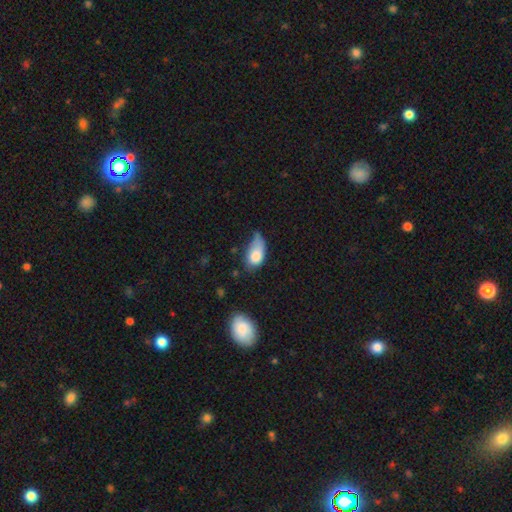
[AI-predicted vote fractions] Smooth or featured: smooth — 78% (featured or disk — 14%)
How rounded: in between — 89% (round — 8%)
Merging: minor disturbance — 43% (major disturbance — 26%)